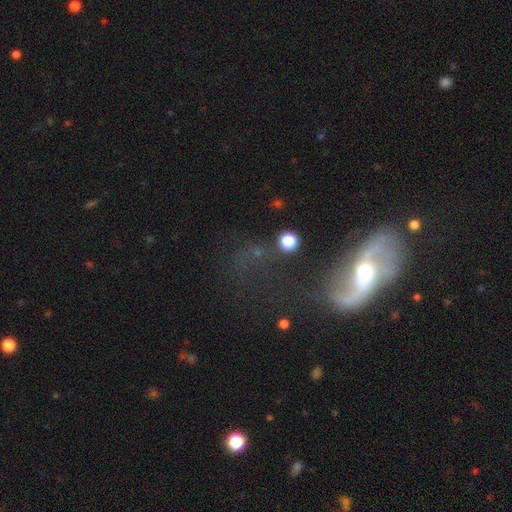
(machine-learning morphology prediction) A featured or disk galaxy (62%) with no bar (45%), spiral arms (75%) and a moderate central bulge (53%). Merging: none (47%).